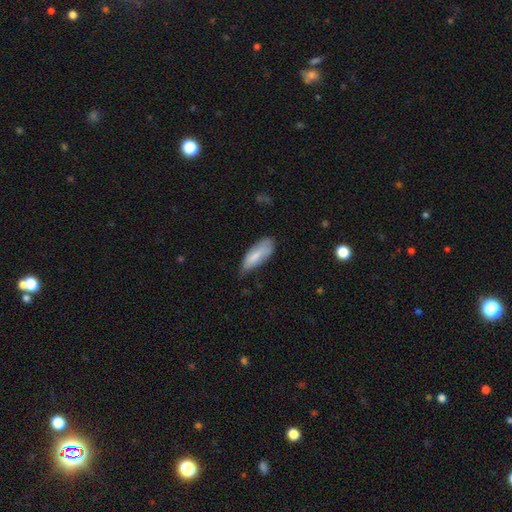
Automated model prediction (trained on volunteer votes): A smooth galaxy with no disk features (76%) that is in between round and cigar-shaped (73%). Merging: none (46%).